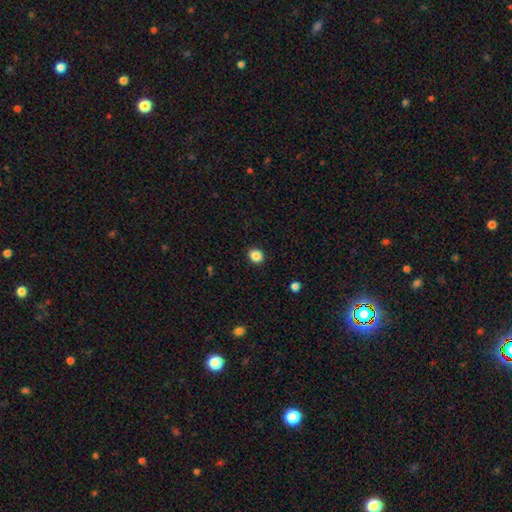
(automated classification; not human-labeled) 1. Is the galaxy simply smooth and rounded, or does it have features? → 86% smooth, 10% star or artifact, 3% featured or disk.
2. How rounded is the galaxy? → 75% round, 25% in between, 1% cigar-shaped.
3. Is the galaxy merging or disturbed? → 91% none, 6% minor disturbance, 2% major disturbance, 1% merger.